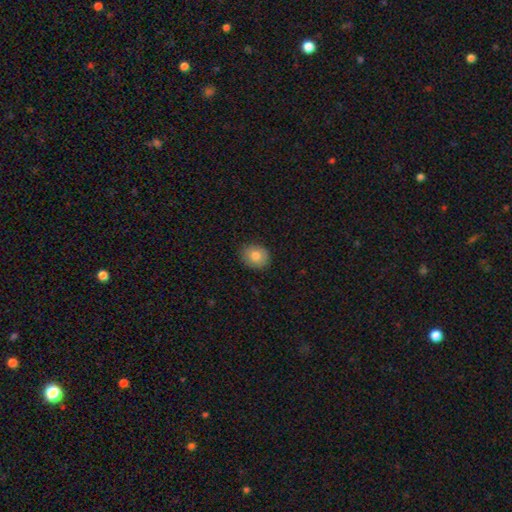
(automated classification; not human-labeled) Overall: smooth (81%). How rounded: round (60%; in between 39%). Merging: none (86%).